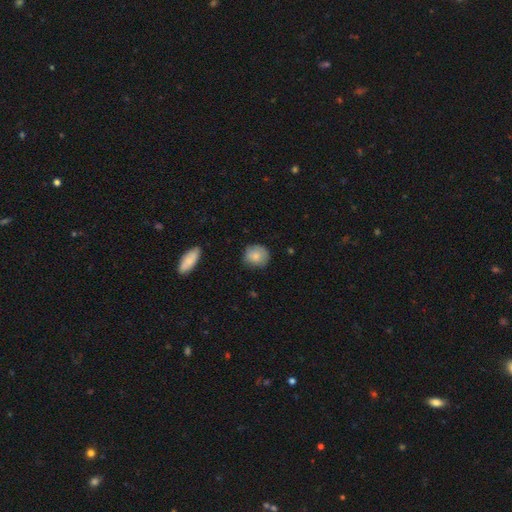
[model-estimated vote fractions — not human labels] Morphology: type=smooth (81%); roundness=round (87%); merging=none (79%).